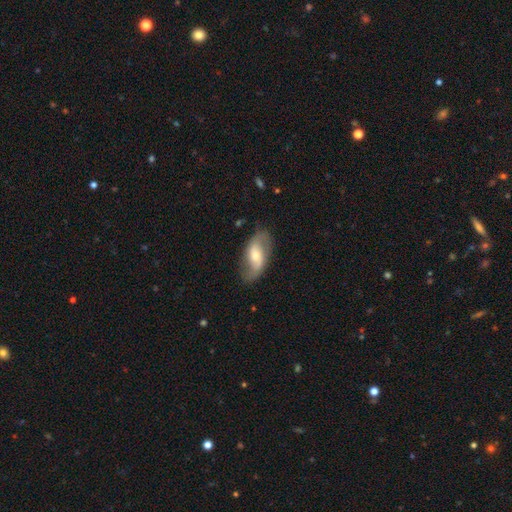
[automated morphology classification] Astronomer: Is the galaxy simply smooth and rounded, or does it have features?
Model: featured or disk — 67%.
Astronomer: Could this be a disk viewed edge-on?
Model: no — 93%.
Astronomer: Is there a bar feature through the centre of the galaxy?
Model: weak — 41% (runner-up: no, 37%).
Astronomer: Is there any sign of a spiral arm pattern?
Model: yes — 85%.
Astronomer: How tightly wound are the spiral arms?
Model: loose — 55% (runner-up: medium, 33%).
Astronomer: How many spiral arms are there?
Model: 2 — 87%.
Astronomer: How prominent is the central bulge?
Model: moderate — 53% (runner-up: small, 37%).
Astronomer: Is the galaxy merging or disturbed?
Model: none — 76%.